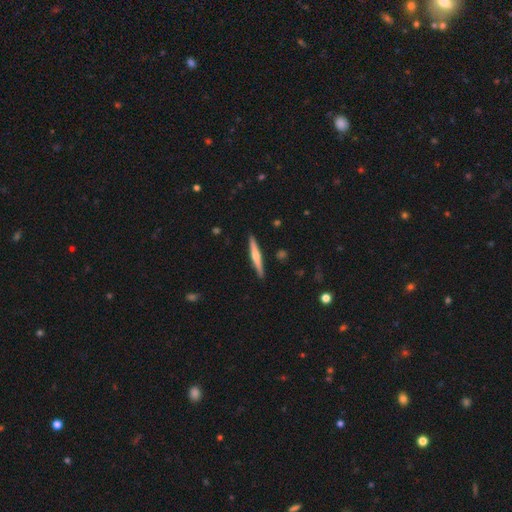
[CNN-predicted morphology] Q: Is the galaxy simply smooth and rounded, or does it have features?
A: featured or disk — 55%.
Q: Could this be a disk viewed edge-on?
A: yes — 97%.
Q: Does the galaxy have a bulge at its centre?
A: rounded — 75%.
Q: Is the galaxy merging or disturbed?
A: none — 90%.